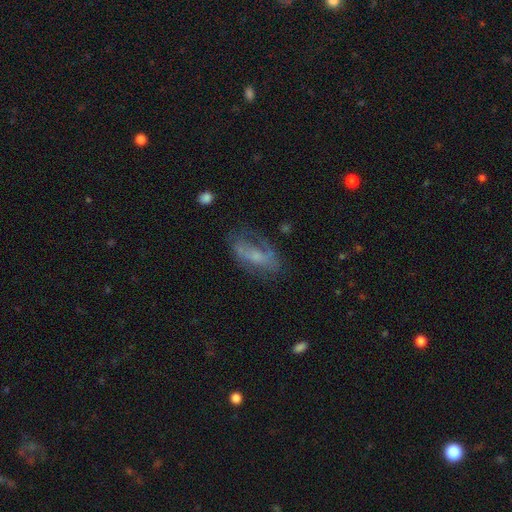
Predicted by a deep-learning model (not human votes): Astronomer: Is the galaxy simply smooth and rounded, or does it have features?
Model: featured or disk — 53% (runner-up: smooth, 37%).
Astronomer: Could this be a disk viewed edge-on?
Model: no — 90%.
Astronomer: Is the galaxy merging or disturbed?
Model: none — 50%.